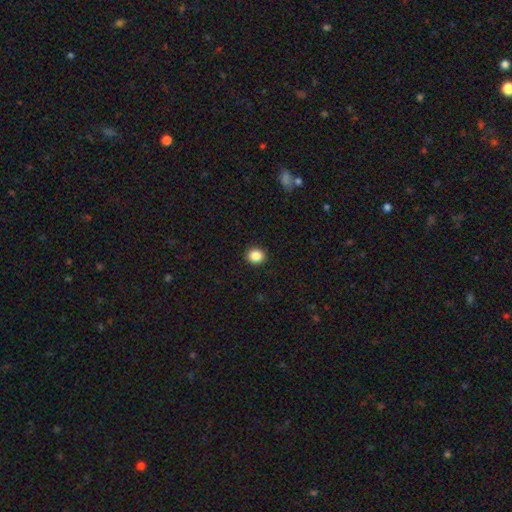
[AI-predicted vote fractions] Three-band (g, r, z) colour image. It shows a smooth galaxy with no disk features (87%) that is round (76%). Merging: none (92%).